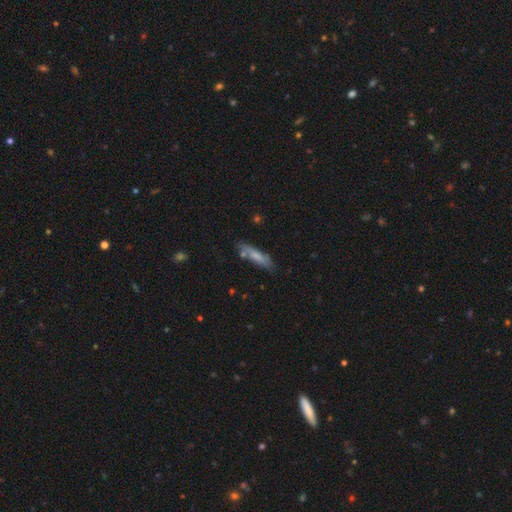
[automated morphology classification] Overall: smooth (71%). How rounded: cigar-shaped (76%). Merging: none (73%).